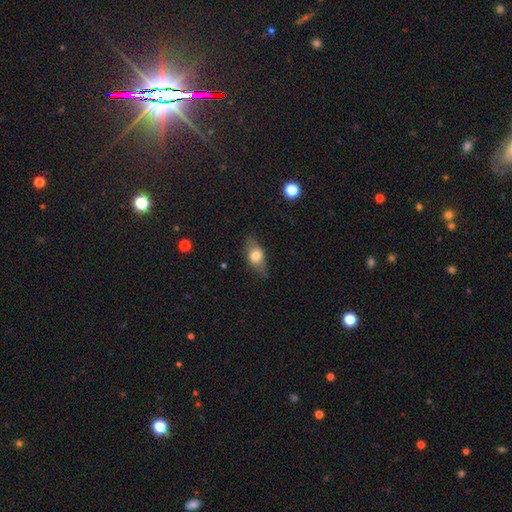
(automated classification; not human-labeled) A smooth galaxy with no disk features (67%) that is in between round and cigar-shaped (76%). Merging: none (69%).